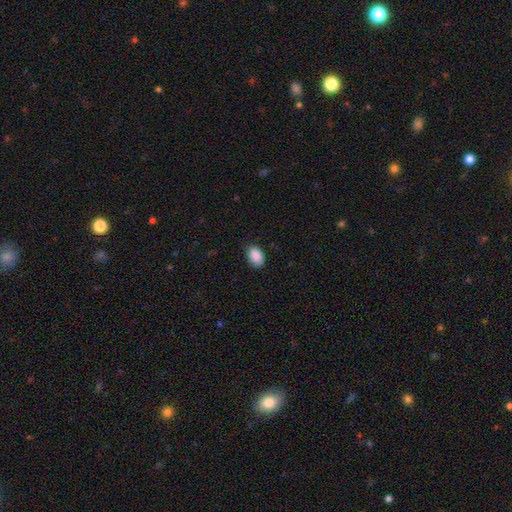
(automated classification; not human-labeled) Overall: smooth (89%). How rounded: in between (87%). Merging: none (81%).